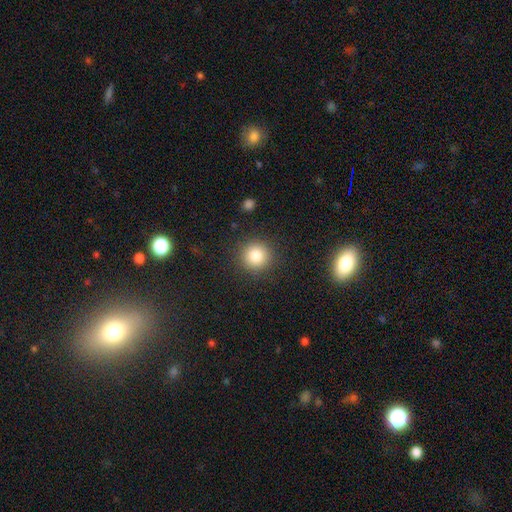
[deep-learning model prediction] smooth_or_featured: smooth (p=0.83) [alt: star or artifact p=0.11]
how_rounded: round (p=0.93) [alt: in between p=0.06]
merging: none (p=0.89) [alt: minor disturbance p=0.07]